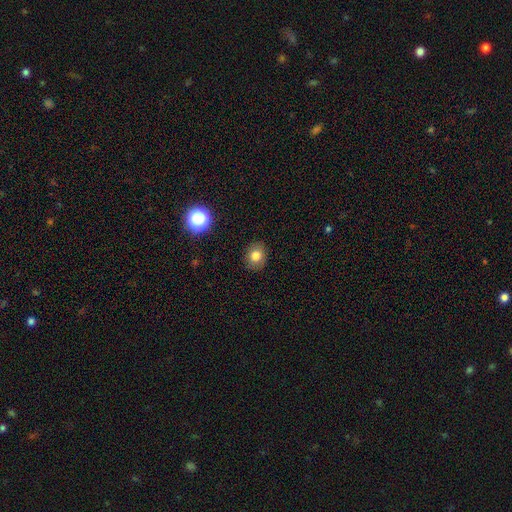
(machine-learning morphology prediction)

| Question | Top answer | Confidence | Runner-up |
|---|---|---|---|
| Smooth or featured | smooth | 79% | star or artifact (12%) |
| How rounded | round | 64% | in between (35%) |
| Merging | none | 88% | minor disturbance (9%) |